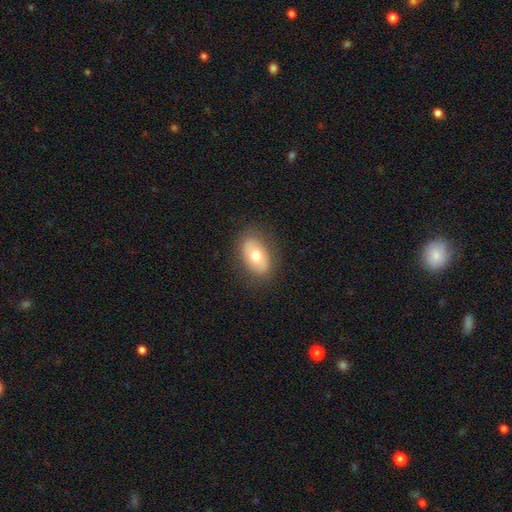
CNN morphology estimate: The model was most divided on "smooth or featured": smooth: 63%, featured or disk: 30%, star or artifact: 7%. More confident: how rounded — in between (88%); merging — none (83%).